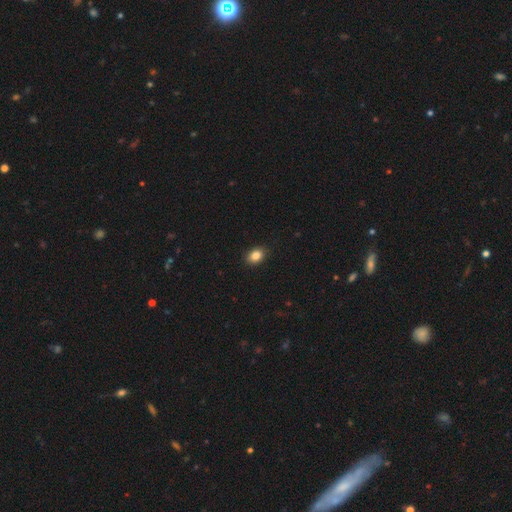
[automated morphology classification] smooth 85%, star or artifact 9%, featured or disk 5%. Down the decision tree: how rounded — in between (71%); merging — none (88%).